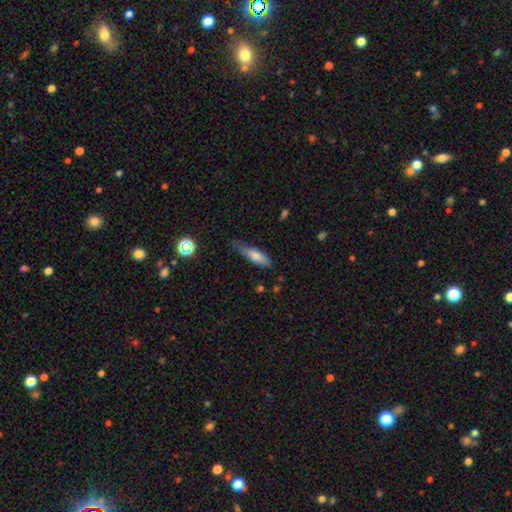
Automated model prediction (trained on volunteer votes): A smooth galaxy with no disk features (66%) that is cigar-shaped (64%). Merging: none (57%).